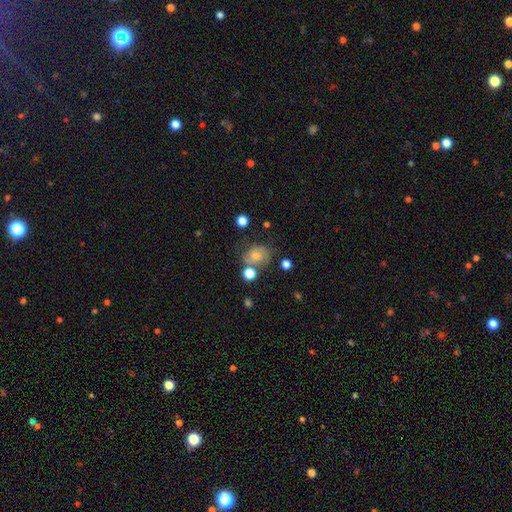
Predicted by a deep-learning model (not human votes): This is possibly a smooth galaxy (54%). How rounded: possibly round (57%). Merging: possibly none (53%).